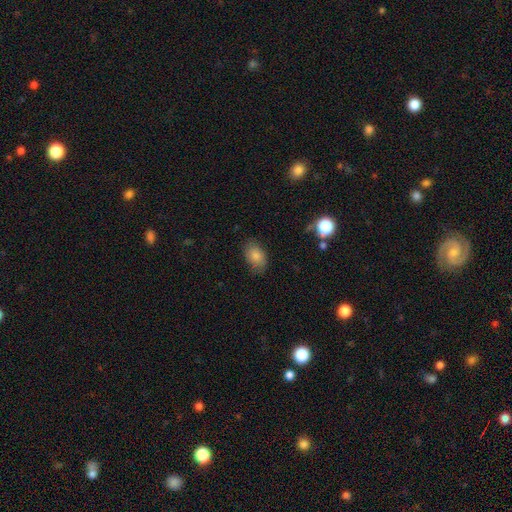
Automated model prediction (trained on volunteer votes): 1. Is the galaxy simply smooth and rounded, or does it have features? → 80% smooth, 11% featured or disk, 9% star or artifact.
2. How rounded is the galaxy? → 88% in between, 10% round, 1% cigar-shaped.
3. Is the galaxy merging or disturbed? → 76% none, 18% minor disturbance, 5% major disturbance, 1% merger.